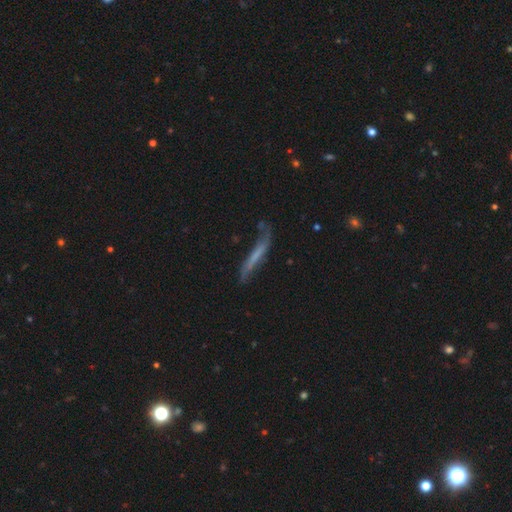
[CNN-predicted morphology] featured or disk 49%, smooth 42%, star or artifact 9%. Down the decision tree: merging — none (49%).